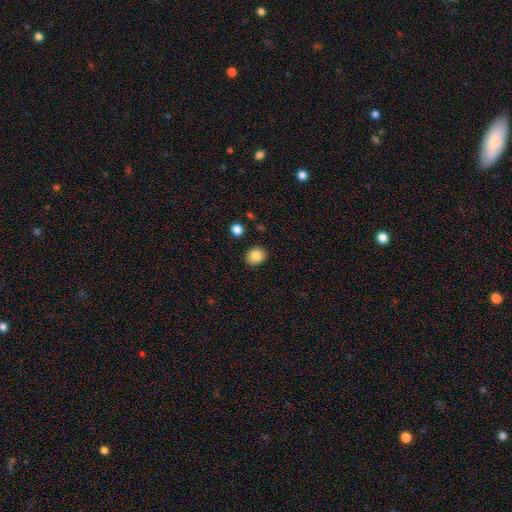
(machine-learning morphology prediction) type=smooth (85%); roundness=round (57%); merging=none (89%).